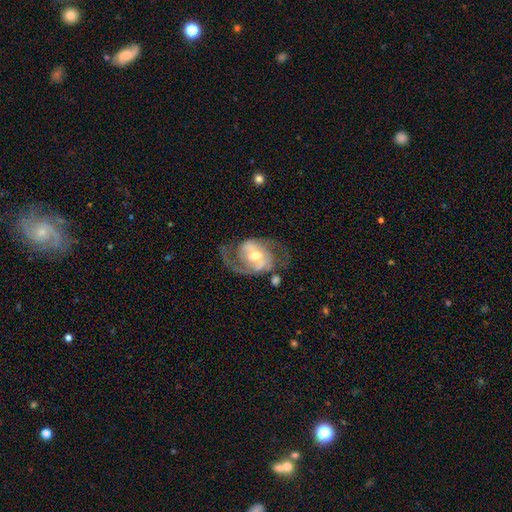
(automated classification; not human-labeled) A featured or disk galaxy (88%) with a weak bar (46%), 2 (88%) medium (54%) spiral arms (94%) and a moderate central bulge (66%).

Vote fractions:
- Smooth or featured? featured or disk: 88% / smooth: 8% / star or artifact: 5%
- Edge-on disk? no: 97% / yes: 3%
- Bar? weak: 46% / no: 31% / strong: 24%
- Spiral arms? yes: 94% / no: 6%
- Spiral winding? medium: 54% / loose: 24% / tight: 22%
- Spiral arm count? 2: 88% / can't tell: 5% / 1: 3% / 3: 2% / 4: 1% / more than 4: 1%
- Bulge size? moderate: 66% / small: 25% / large: 6% / none: 1% / dominant: 1%
- Merging? none: 66% / minor disturbance: 16% / major disturbance: 14% / merger: 4%